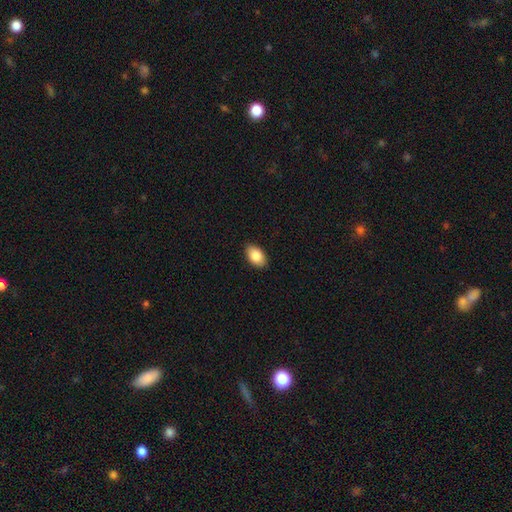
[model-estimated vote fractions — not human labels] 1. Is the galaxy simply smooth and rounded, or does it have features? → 86% smooth, 7% featured or disk, 7% star or artifact.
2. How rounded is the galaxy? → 92% in between, 7% round, 1% cigar-shaped.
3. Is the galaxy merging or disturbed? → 89% none, 9% minor disturbance, 2% major disturbance, 1% merger.